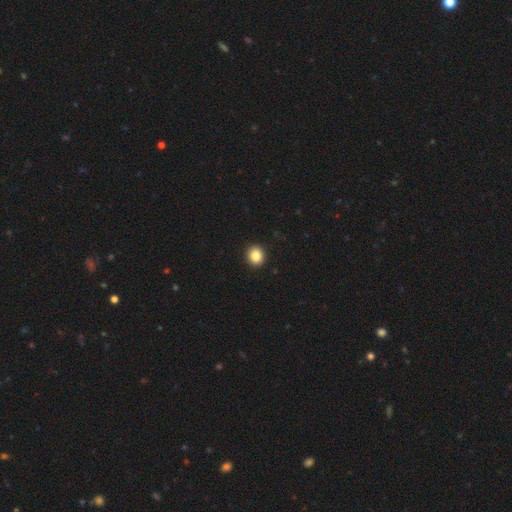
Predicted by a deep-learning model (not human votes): Smooth or featured? Predicted: smooth (p=0.86). How rounded? Predicted: round (p=0.79). Merging? Predicted: none (p=0.93).